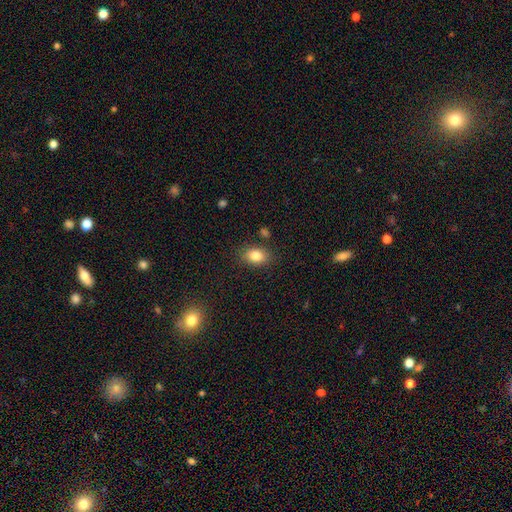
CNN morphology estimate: Smooth or featured: smooth — 83% (star or artifact — 9%)
How rounded: in between — 77% (round — 21%)
Merging: none — 83% (minor disturbance — 11%)